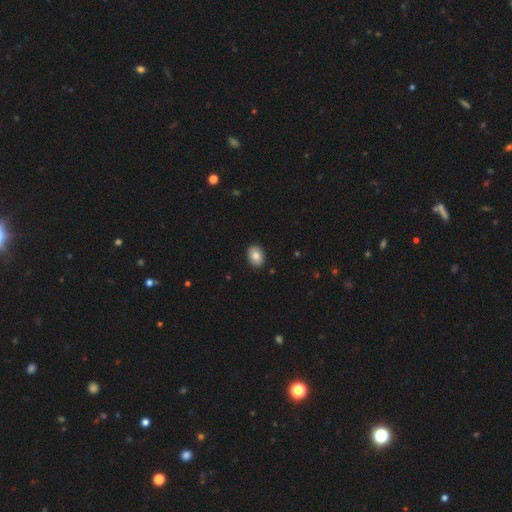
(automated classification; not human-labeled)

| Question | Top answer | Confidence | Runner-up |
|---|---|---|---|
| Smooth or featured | smooth | 82% | featured or disk (10%) |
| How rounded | in between | 71% | round (28%) |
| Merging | none | 90% | minor disturbance (7%) |